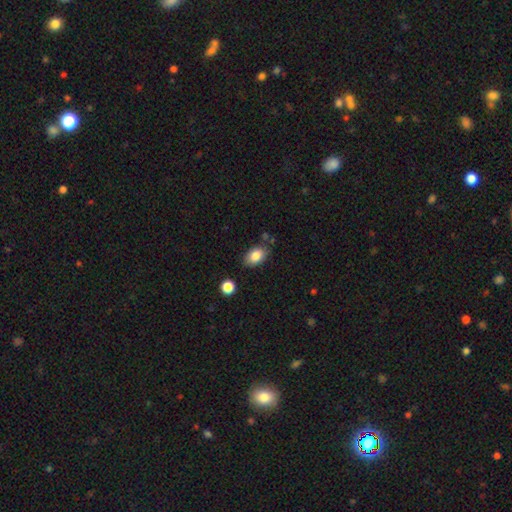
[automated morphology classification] A smooth galaxy with no disk features (85%) that is in between round and cigar-shaped (87%). Merging: none (78%).